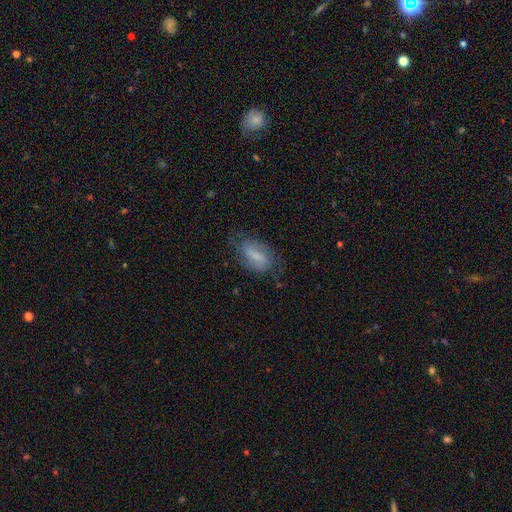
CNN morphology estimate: Q: Smooth or featured?
A: smooth (57%); runner-up: featured or disk (34%)
Q: How rounded?
A: in between (83%); runner-up: cigar-shaped (12%)
Q: Merging?
A: none (66%); runner-up: minor disturbance (23%)